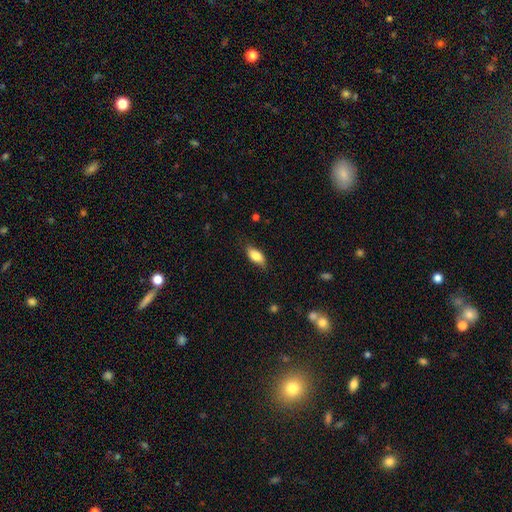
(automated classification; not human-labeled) A smooth galaxy with no disk features (81%) that is in between round and cigar-shaped (85%).

Vote fractions:
- Smooth or featured? smooth: 81% / featured or disk: 13% / star or artifact: 7%
- How rounded? in between: 85% / cigar-shaped: 12% / round: 4%
- Merging? none: 76% / minor disturbance: 19% / major disturbance: 4% / merger: 1%